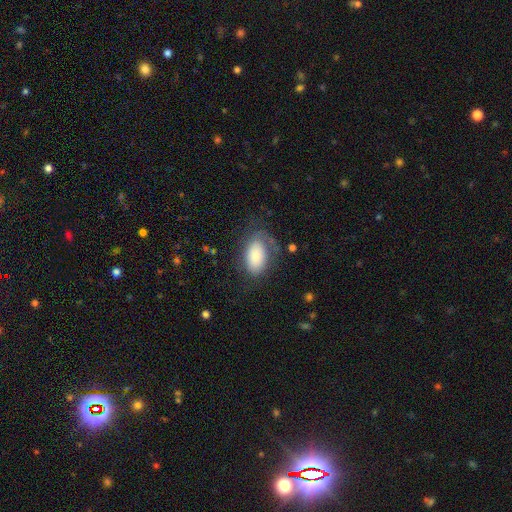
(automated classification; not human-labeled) smooth-or-featured: smooth: 73% | featured or disk: 20% | star or artifact: 7%
  how-rounded: in between: 94% | round: 5% | cigar-shaped: 2%
  merging: none: 56% | minor disturbance: 24% | major disturbance: 18% | merger: 2%